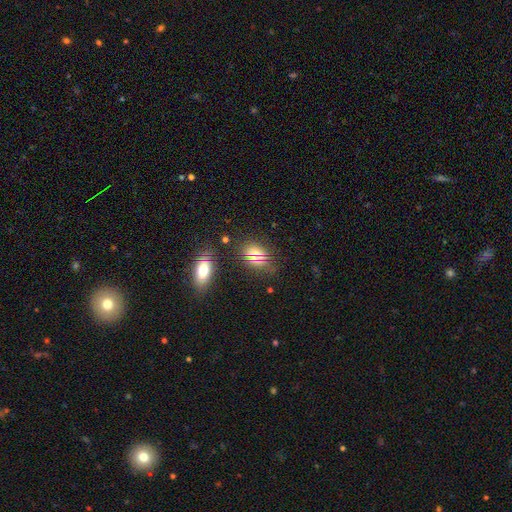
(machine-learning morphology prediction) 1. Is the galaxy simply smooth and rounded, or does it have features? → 53% smooth, 37% star or artifact, 10% featured or disk.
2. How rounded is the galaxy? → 63% in between, 33% round, 4% cigar-shaped.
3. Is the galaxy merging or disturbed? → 78% none, 13% minor disturbance, 5% major disturbance, 4% merger.